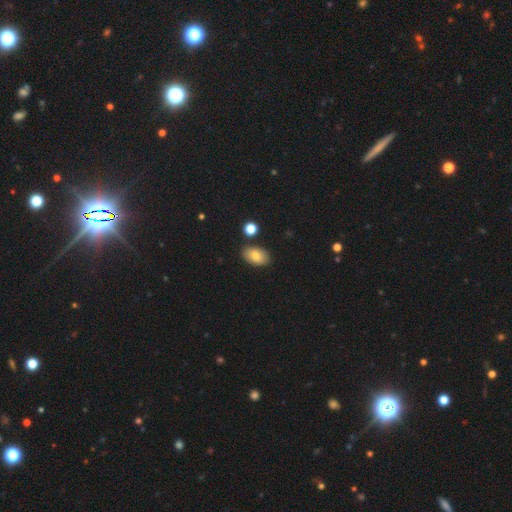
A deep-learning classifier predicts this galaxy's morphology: A smooth galaxy with no disk features (81%) that is in between round and cigar-shaped (91%).

Vote fractions:
- Smooth or featured? smooth: 81% / featured or disk: 11% / star or artifact: 8%
- How rounded? in between: 91% / round: 7% / cigar-shaped: 2%
- Merging? none: 82% / minor disturbance: 11% / merger: 4% / major disturbance: 2%